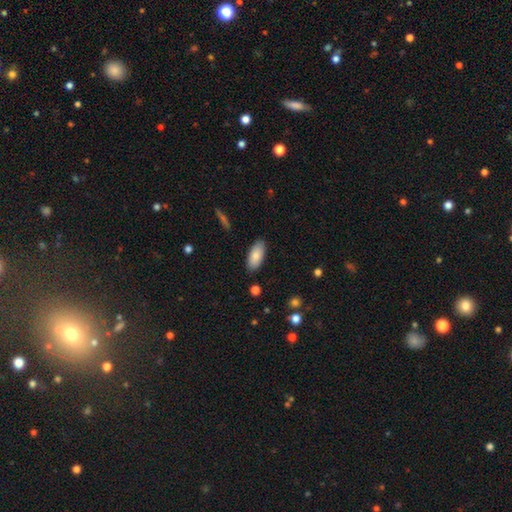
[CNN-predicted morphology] smooth_or_featured: smooth (p=0.87) [alt: featured or disk p=0.07]
how_rounded: in between (p=0.88) [alt: cigar-shaped p=0.10]
merging: none (p=0.88) [alt: minor disturbance p=0.09]